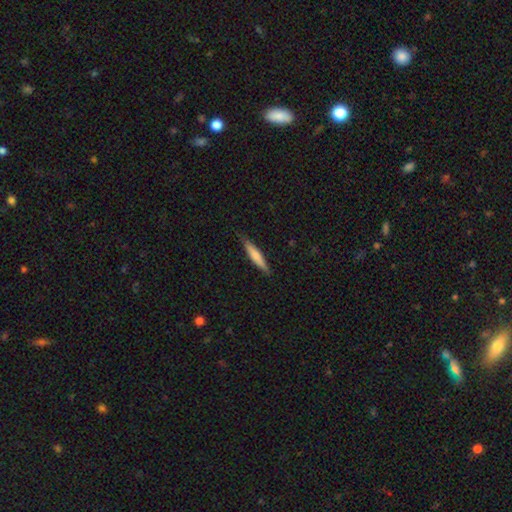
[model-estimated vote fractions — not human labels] A smooth galaxy with no disk features (63%) that is cigar-shaped (90%).

Vote fractions:
- Smooth or featured? smooth: 63% / featured or disk: 32% / star or artifact: 6%
- How rounded? cigar-shaped: 90% / in between: 9% / round: 1%
- Merging? none: 84% / minor disturbance: 12% / major disturbance: 2% / merger: 1%